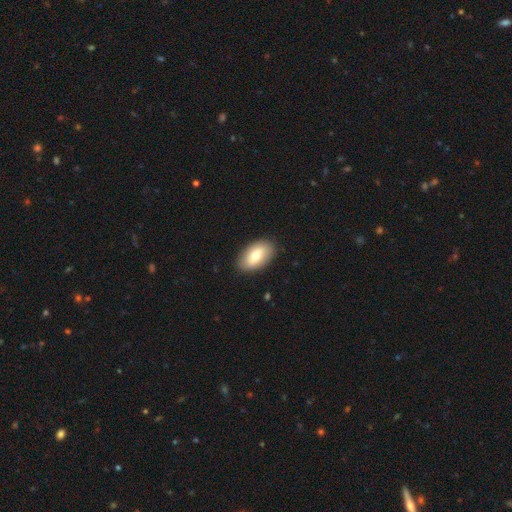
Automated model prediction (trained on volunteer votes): The model was most divided on "smooth or featured": smooth: 73%, featured or disk: 20%, star or artifact: 6%. More confident: how rounded — in between (93%); merging — none (88%).